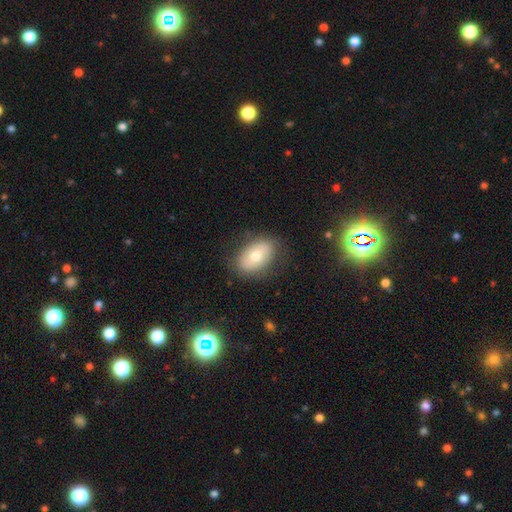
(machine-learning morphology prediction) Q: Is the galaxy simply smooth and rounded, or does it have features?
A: smooth — 67%.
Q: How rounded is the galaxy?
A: in between — 86%.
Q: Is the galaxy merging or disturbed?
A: none — 79%.